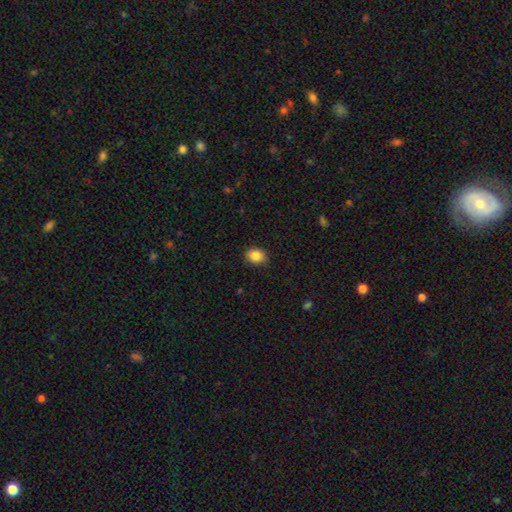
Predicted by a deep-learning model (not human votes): Smooth or featured? smooth (87%)
How rounded? in between (54%)
Merging? none (89%)